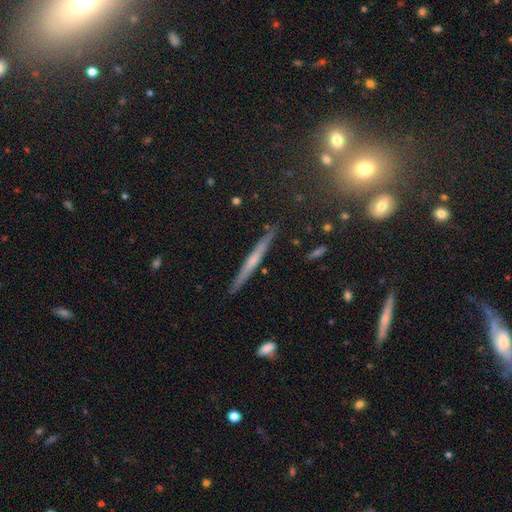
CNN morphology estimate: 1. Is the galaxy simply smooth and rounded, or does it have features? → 63% featured or disk, 27% smooth, 11% star or artifact.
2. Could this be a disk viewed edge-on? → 96% yes, 4% no.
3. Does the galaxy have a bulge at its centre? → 47% none, 44% rounded, 9% boxy.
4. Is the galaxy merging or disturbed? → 88% none, 8% minor disturbance, 2% merger, 2% major disturbance.